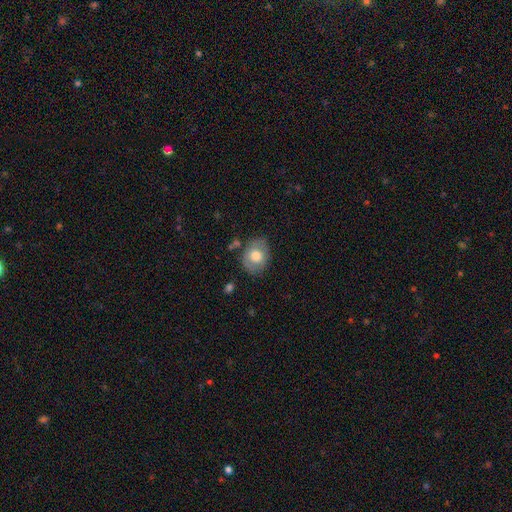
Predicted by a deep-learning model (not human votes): Overall: smooth (65%; featured or disk 28%). How rounded: in between (56%; round 43%). Merging: none (72%).